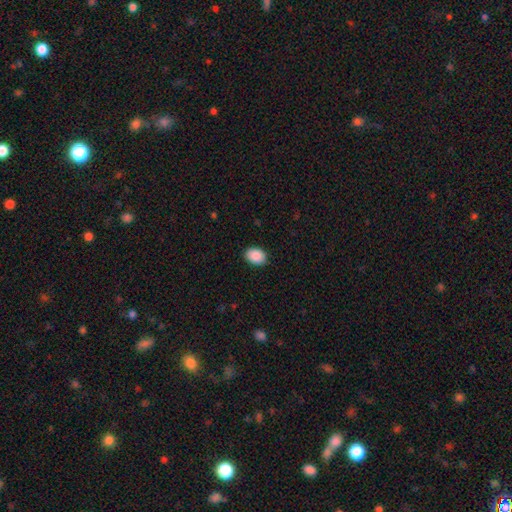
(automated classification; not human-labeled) A smooth galaxy with no disk features (90%) that is in between round and cigar-shaped (75%). Merging: none (89%).